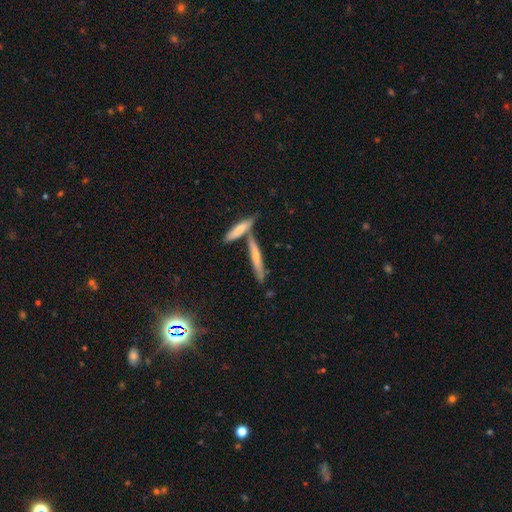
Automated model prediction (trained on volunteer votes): Smooth or featured? smooth (54%)
How rounded? cigar-shaped (89%)
Merging? none (64%)